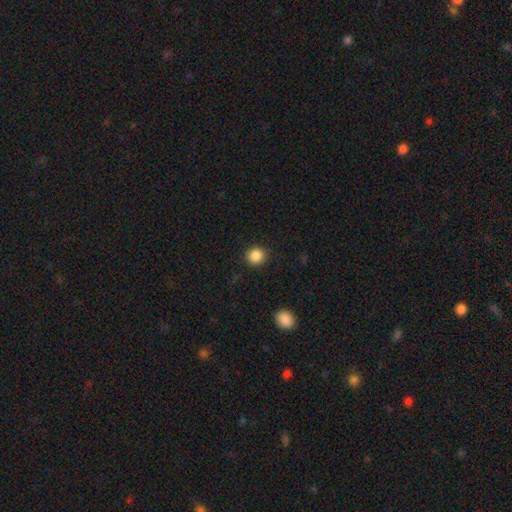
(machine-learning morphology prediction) This appears to be a smooth galaxy with no disk features (87%) that is round (92%). Merging: none (92%).